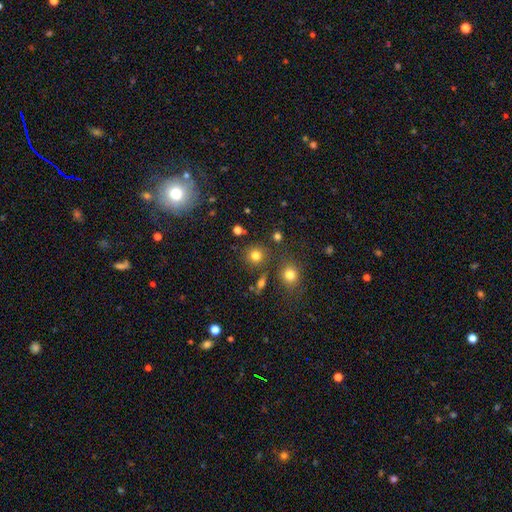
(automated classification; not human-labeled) Smooth or featured? smooth (79%)
How rounded? round (91%)
Merging? none (83%)